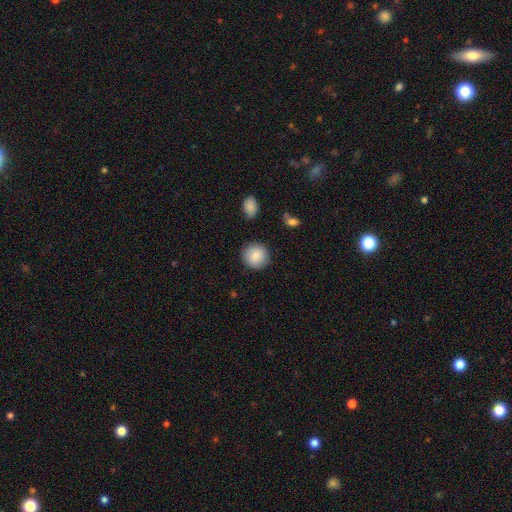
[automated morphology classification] Q: Smooth or featured?
A: smooth (86%); runner-up: star or artifact (7%)
Q: How rounded?
A: round (92%); runner-up: in between (7%)
Q: Merging?
A: none (89%); runner-up: minor disturbance (7%)